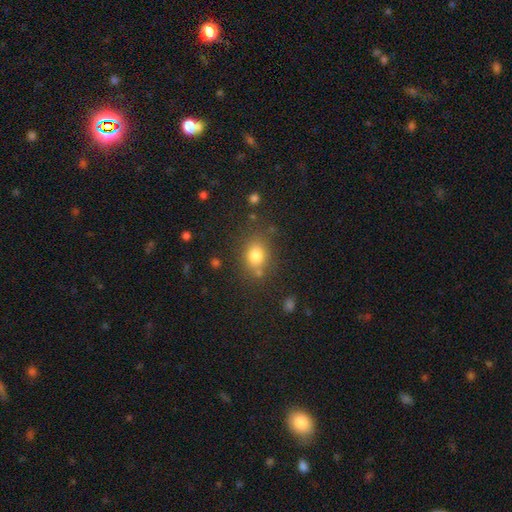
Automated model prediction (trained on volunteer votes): Morphology: type=smooth (79%); roundness=round (52%); merging=none (72%).